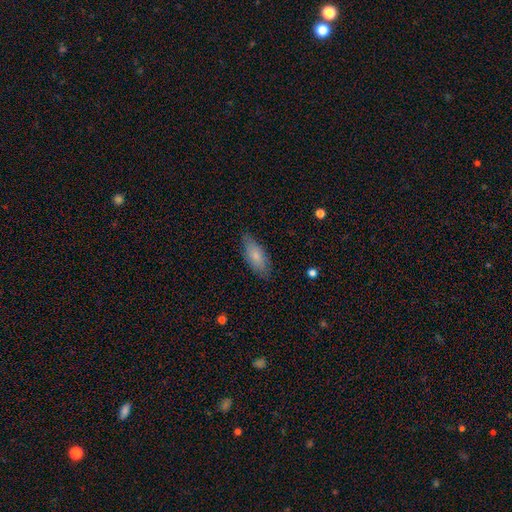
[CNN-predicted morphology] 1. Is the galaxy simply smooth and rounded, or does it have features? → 77% smooth, 17% featured or disk, 6% star or artifact.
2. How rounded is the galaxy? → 80% in between, 17% cigar-shaped, 2% round.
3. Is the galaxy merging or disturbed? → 79% none, 17% minor disturbance, 3% major disturbance, 1% merger.